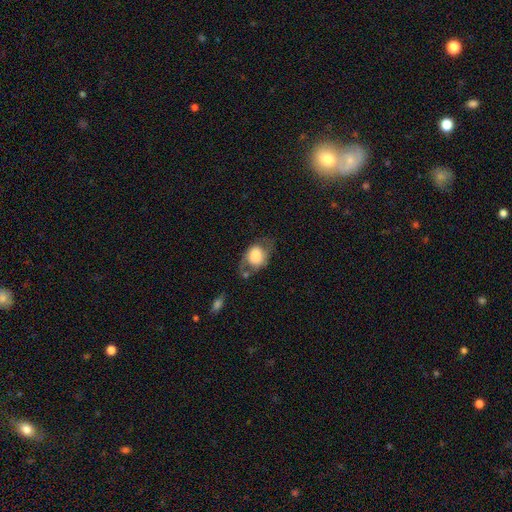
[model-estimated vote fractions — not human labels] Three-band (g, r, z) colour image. It shows a smooth galaxy with no disk features (57%) that is in between round and cigar-shaped (68%). Merging: none (46%).